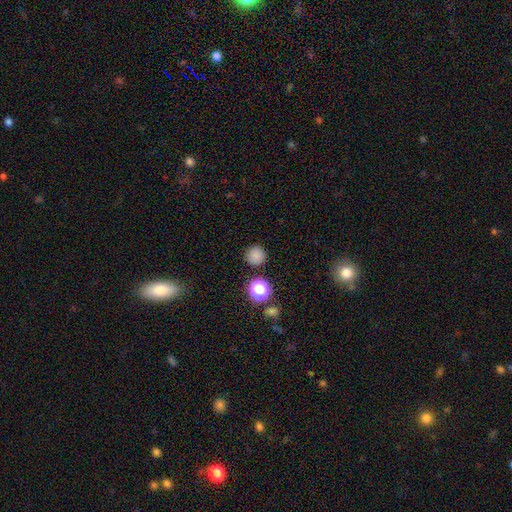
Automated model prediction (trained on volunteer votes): smooth_or_featured: smooth (p=0.79) [alt: star or artifact p=0.16]
how_rounded: round (p=0.93) [alt: in between p=0.06]
merging: none (p=0.86) [alt: minor disturbance p=0.08]